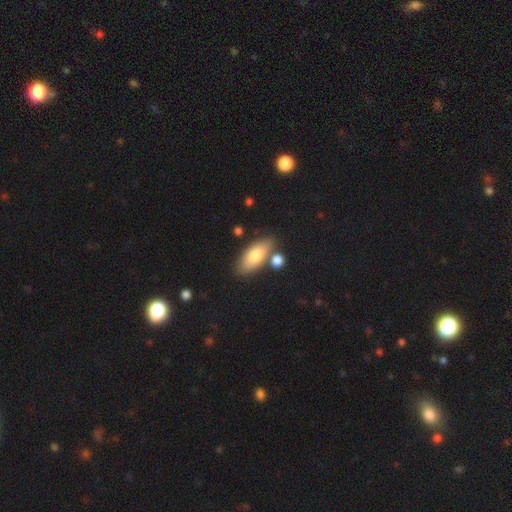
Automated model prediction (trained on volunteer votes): Smooth or featured: smooth — 78% (featured or disk — 16%)
How rounded: in between — 83% (cigar-shaped — 14%)
Merging: none — 74% (minor disturbance — 12%)